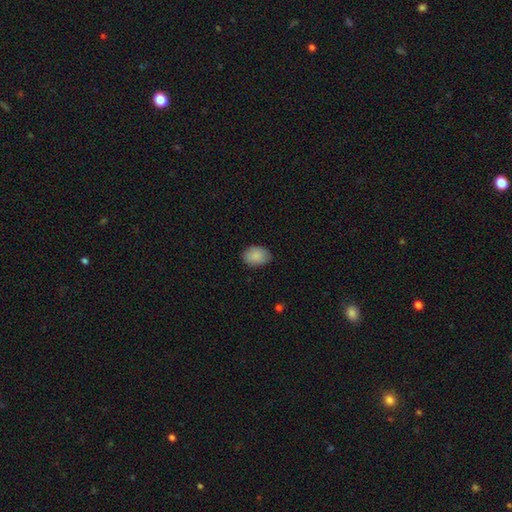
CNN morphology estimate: Smooth or featured? smooth (88%)
How rounded? in between (75%)
Merging? none (81%)